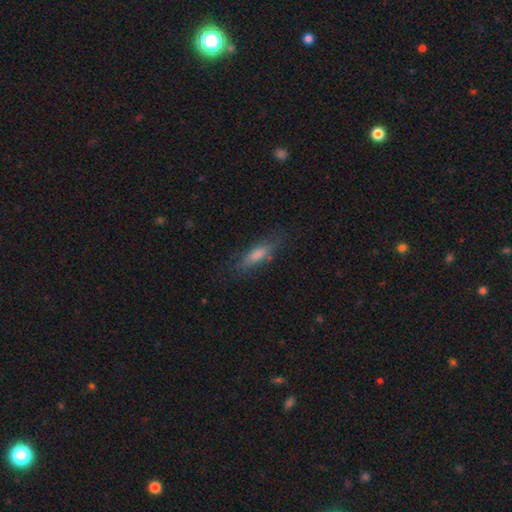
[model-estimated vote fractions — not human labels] Morphology: type=smooth (50%); roundness=cigar-shaped (62%); merging=none (81%).